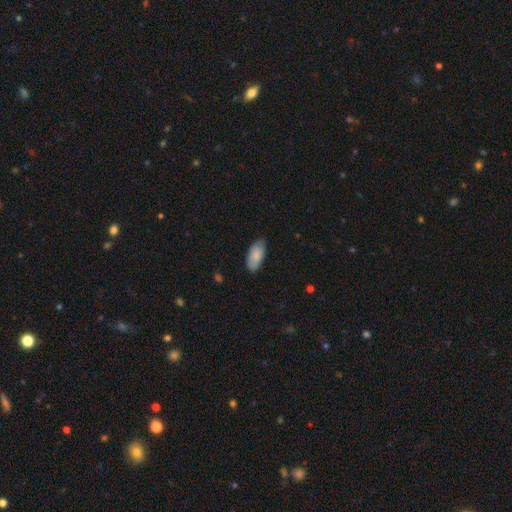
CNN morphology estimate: This appears to be a smooth galaxy with no disk features (83%) that is in between round and cigar-shaped (92%). Merging: none (78%).